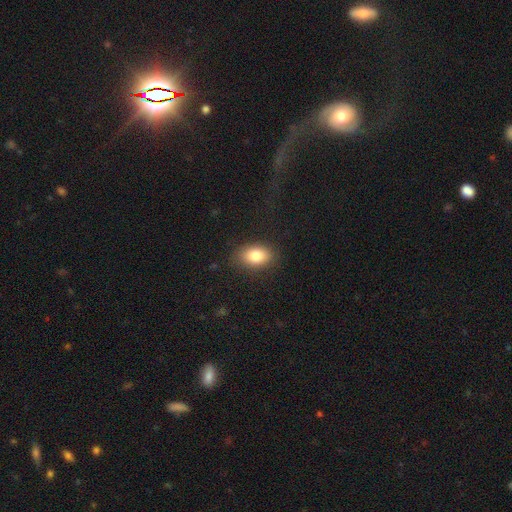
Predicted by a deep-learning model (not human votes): Morphology: type=smooth (83%); roundness=in between (83%); merging=none (84%).